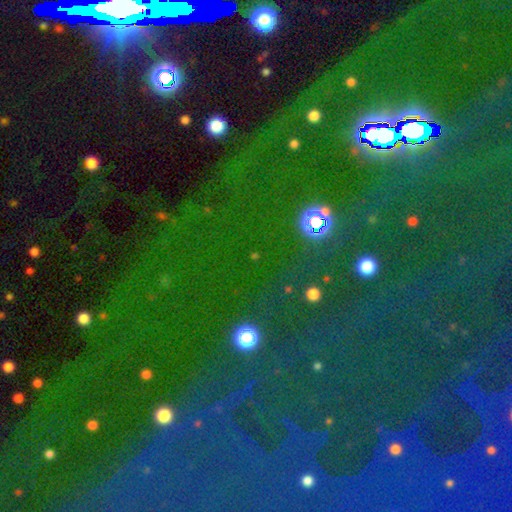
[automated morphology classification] A star or artifact, not a galaxy (78%).

Vote fractions:
- Smooth or featured? star or artifact: 78% / smooth: 13% / featured or disk: 9%